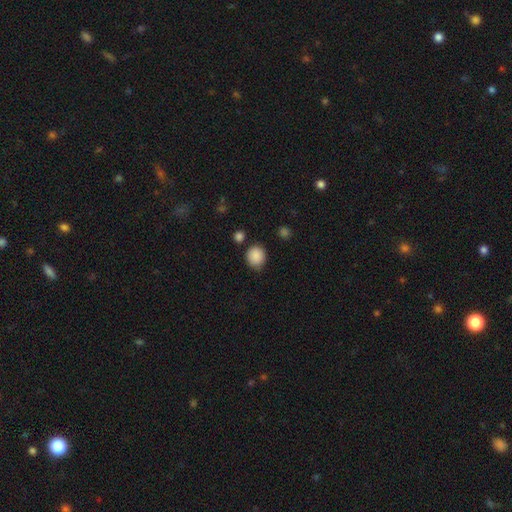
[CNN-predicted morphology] Smooth or featured?
  - smooth: 88% *
  - star or artifact: 9%
  - featured or disk: 3%
How rounded?
  - round: 77% *
  - in between: 22%
  - cigar-shaped: 1%
Merging?
  - none: 80% *
  - minor disturbance: 13%
  - merger: 4%
  - major disturbance: 3%